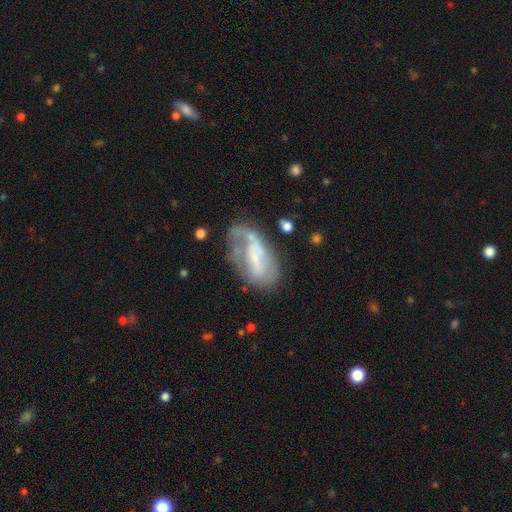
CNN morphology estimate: Q: Smooth or featured?
A: featured or disk (65%); runner-up: smooth (28%)
Q: Edge-on disk?
A: no (95%); runner-up: yes (5%)
Q: Bar?
A: weak (39%); runner-up: no (37%)
Q: Spiral arms?
A: yes (59%); runner-up: no (41%)
Q: Bulge size?
A: small (45%); runner-up: none (27%)
Q: Merging?
A: none (39%); runner-up: major disturbance (29%)